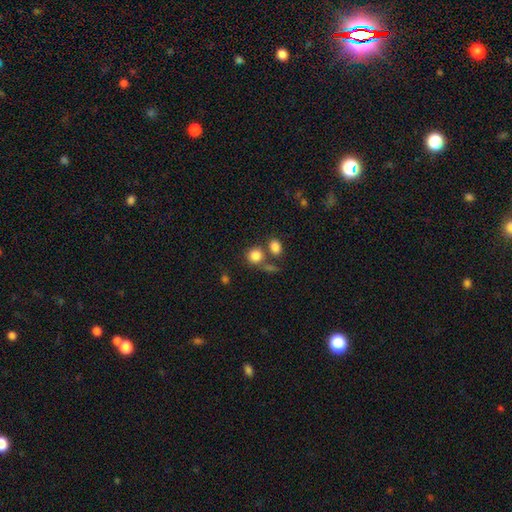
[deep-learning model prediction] smooth 82%, star or artifact 11%, featured or disk 7%. Down the decision tree: how rounded — round (80%); merging — none (55%).